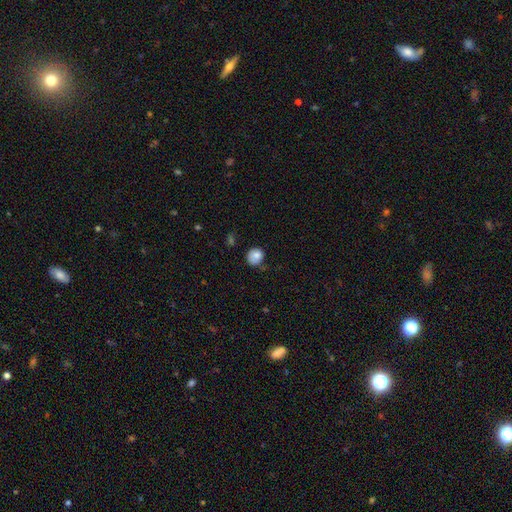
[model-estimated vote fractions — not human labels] smooth-or-featured: smooth: 81% | featured or disk: 10% | star or artifact: 9%
  how-rounded: round: 79% | in between: 20% | cigar-shaped: 1%
  merging: none: 64% | minor disturbance: 27% | major disturbance: 6% | merger: 3%